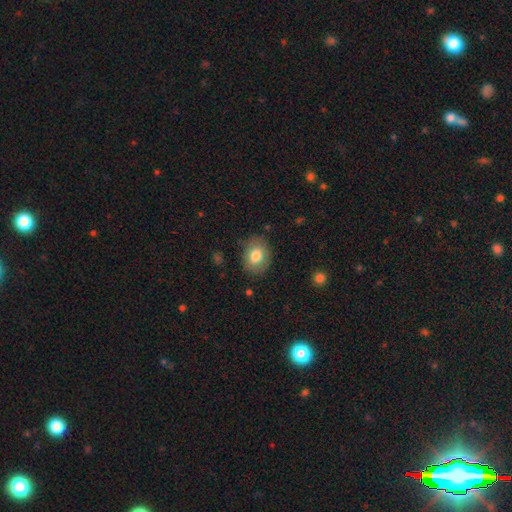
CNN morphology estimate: This is likely a smooth galaxy (79%). How rounded: likely in between (61%). Merging: clearly none (82%).